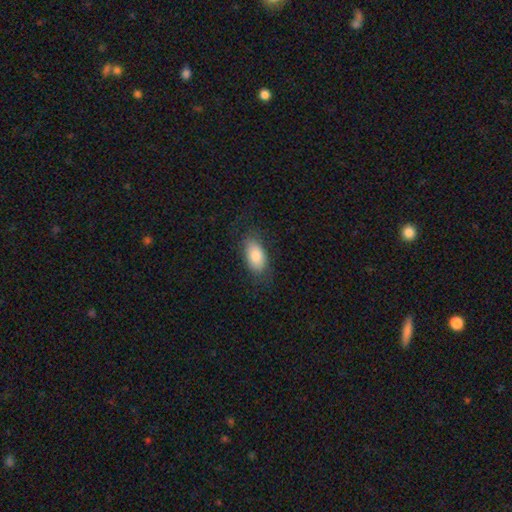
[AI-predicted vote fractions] This appears to be a smooth galaxy with no disk features (83%) that is in between round and cigar-shaped (93%). Merging: none (76%).